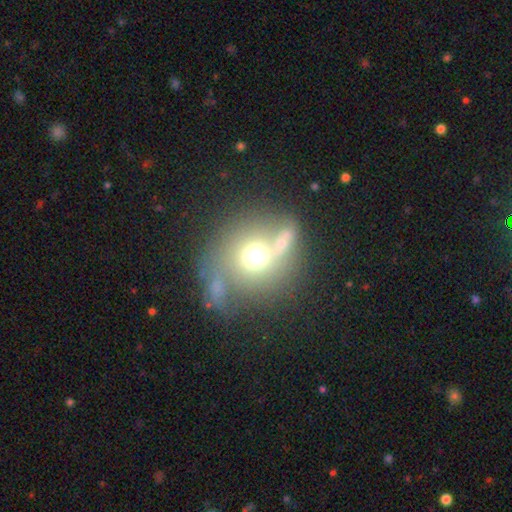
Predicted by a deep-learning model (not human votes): This is possibly a smooth galaxy (56%). How rounded: clearly round (84%). Merging: marginally none (44%).